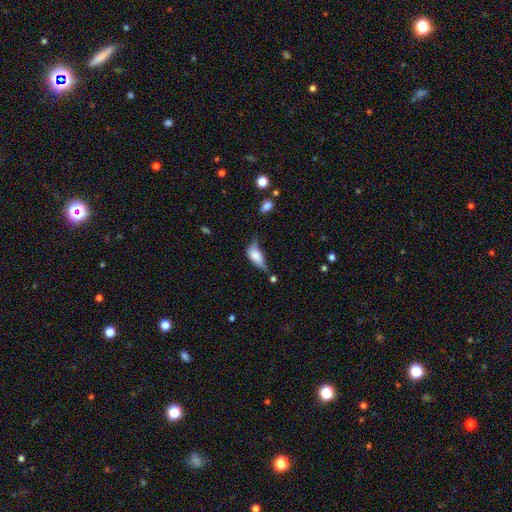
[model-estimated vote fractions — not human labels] Overall: smooth (68%). How rounded: in between (83%). Merging: minor disturbance (39%; major disturbance 27%).